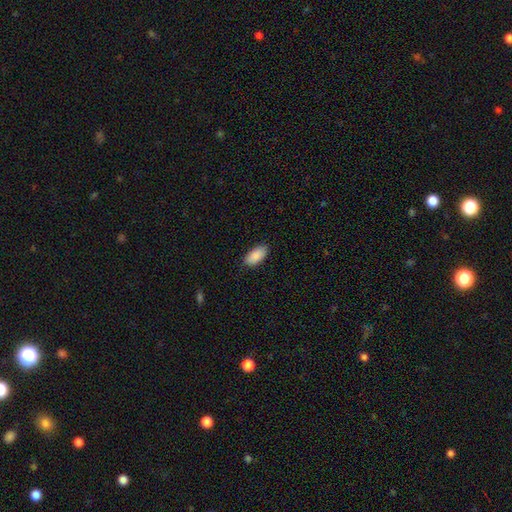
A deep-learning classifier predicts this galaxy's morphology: smooth_or_featured: smooth (p=0.90) [alt: star or artifact p=0.06]
how_rounded: in between (p=0.93) [alt: cigar-shaped p=0.05]
merging: none (p=0.87) [alt: minor disturbance p=0.10]